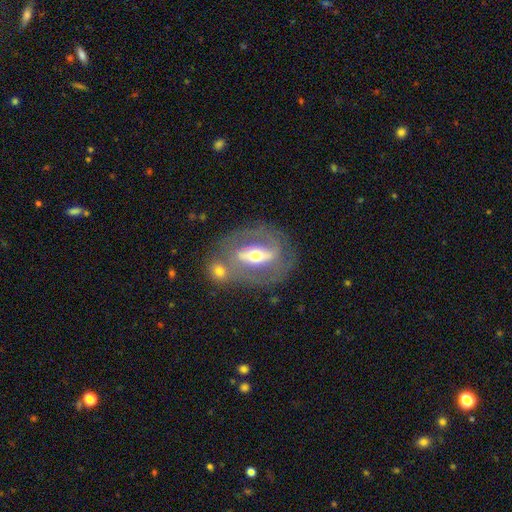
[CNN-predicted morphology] Smooth or featured? Predicted: featured or disk (p=0.73). Edge-on disk? Predicted: no (p=0.84). Bar? Predicted: strong (p=0.63). Spiral arms? Predicted: no (p=0.50, tied with yes). Bulge size? Predicted: moderate (p=0.69). Merging? Predicted: none (p=0.55).